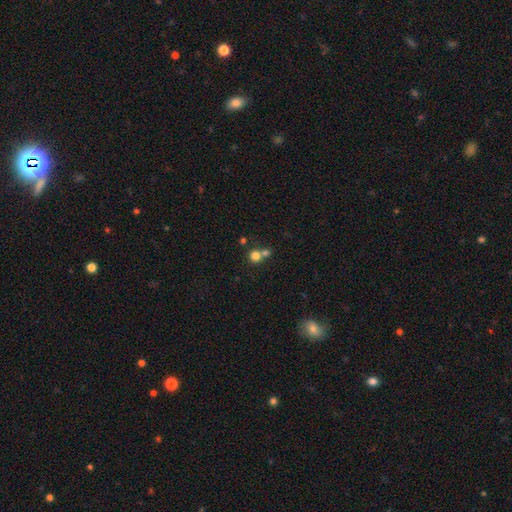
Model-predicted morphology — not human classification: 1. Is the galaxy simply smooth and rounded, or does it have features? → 77% smooth, 13% star or artifact, 9% featured or disk.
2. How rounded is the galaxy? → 89% round, 10% in between, 1% cigar-shaped.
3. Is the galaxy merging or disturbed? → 48% none, 44% merger, 6% minor disturbance, 3% major disturbance.